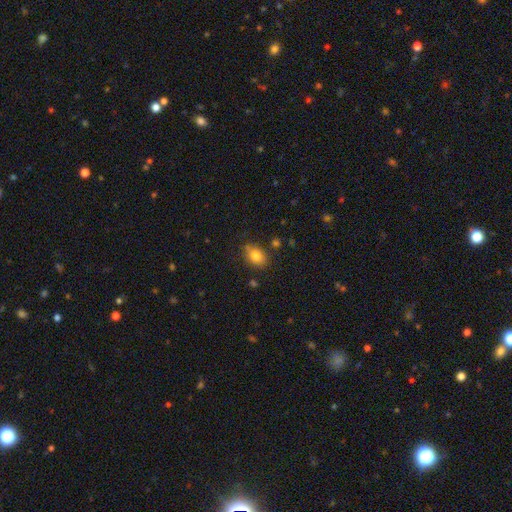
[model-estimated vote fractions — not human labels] A smooth galaxy with no disk features (82%) that is in between round and cigar-shaped (75%).

Vote fractions:
- Smooth or featured? smooth: 82% / star or artifact: 10% / featured or disk: 9%
- How rounded? in between: 75% / round: 23% / cigar-shaped: 2%
- Merging? none: 76% / minor disturbance: 16% / merger: 4% / major disturbance: 4%